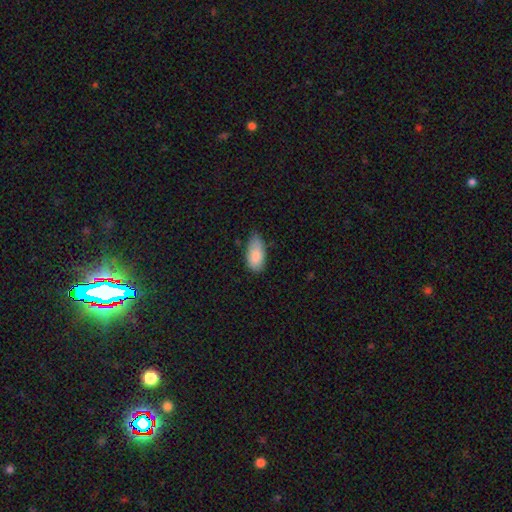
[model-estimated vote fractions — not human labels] This is clearly a smooth galaxy (86%). How rounded: clearly in between (92%). Merging: possibly none (49%).